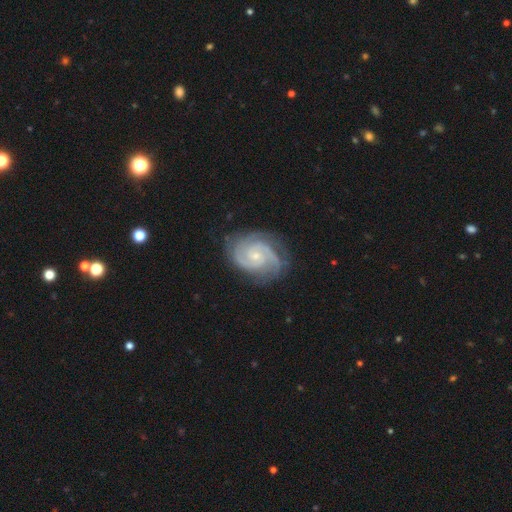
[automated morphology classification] Overall: featured or disk (92%). Edge-on disk: no (98%). Bar: no (64%; weak 30%). Spiral arms: yes (99%). Spiral arm count: 2 (55%; 3 25%). Spiral winding: tight (62%; medium 34%). Bulge size: small (70%). Merging: none (77%).